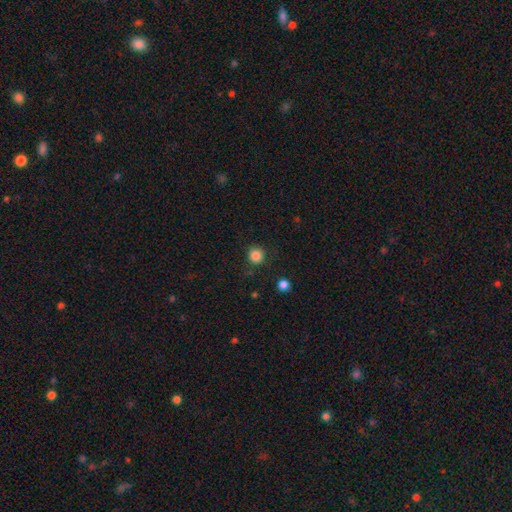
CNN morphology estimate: The model was most divided on "smooth or featured": smooth: 85%, star or artifact: 12%, featured or disk: 4%. More confident: how rounded — round (93%); merging — none (87%).